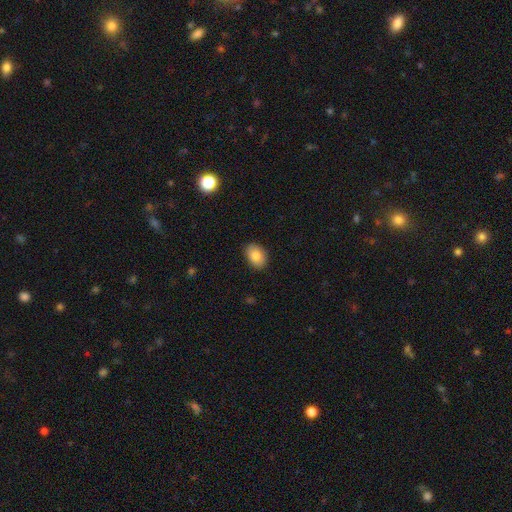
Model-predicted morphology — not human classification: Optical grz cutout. It shows a smooth galaxy with no disk features (84%) that is in between round and cigar-shaped (81%). Merging: none (87%).